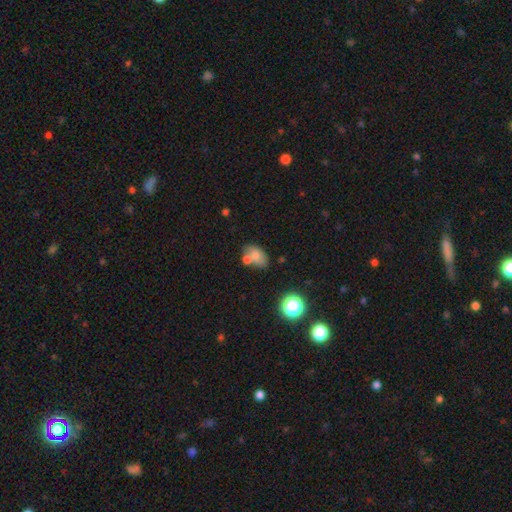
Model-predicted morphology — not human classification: smooth 71%, featured or disk 17%, star or artifact 12%. Down the decision tree: how rounded — in between (83%); merging — none (48%).